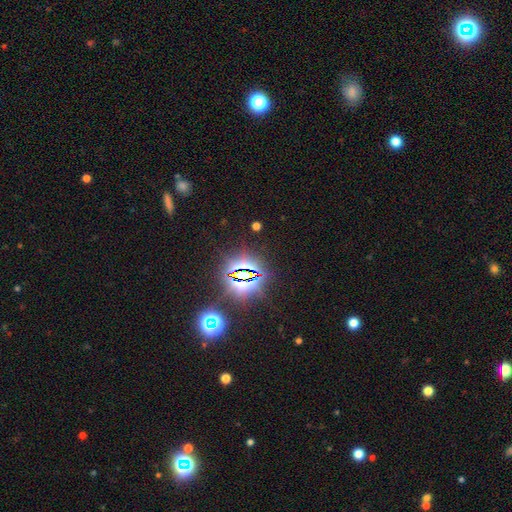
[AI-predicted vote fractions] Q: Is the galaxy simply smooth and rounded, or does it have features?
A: star or artifact — 80%.